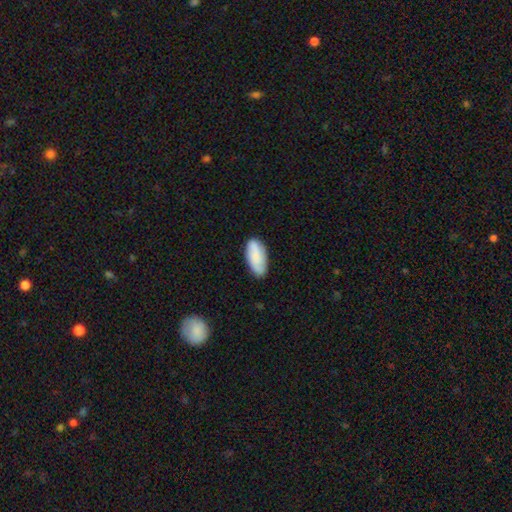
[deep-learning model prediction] Q: Smooth or featured?
A: smooth (70%); runner-up: featured or disk (23%)
Q: How rounded?
A: in between (92%); runner-up: cigar-shaped (6%)
Q: Merging?
A: none (79%); runner-up: minor disturbance (16%)